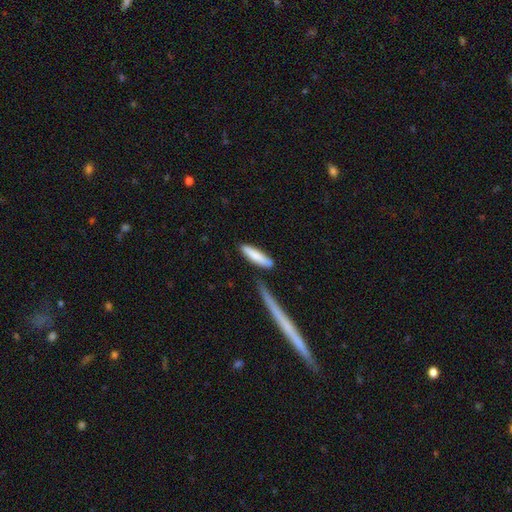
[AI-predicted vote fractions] Q: Smooth or featured?
A: smooth (80%); runner-up: featured or disk (14%)
Q: How rounded?
A: cigar-shaped (72%); runner-up: in between (26%)
Q: Merging?
A: none (70%); runner-up: minor disturbance (17%)